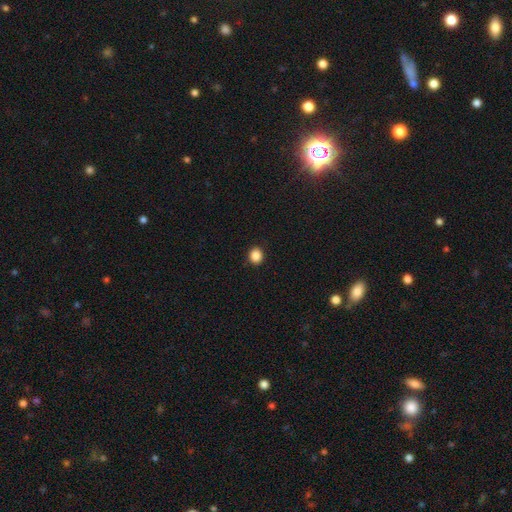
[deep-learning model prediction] This is clearly a smooth galaxy (87%). How rounded: likely round (76%). Merging: clearly none (92%).